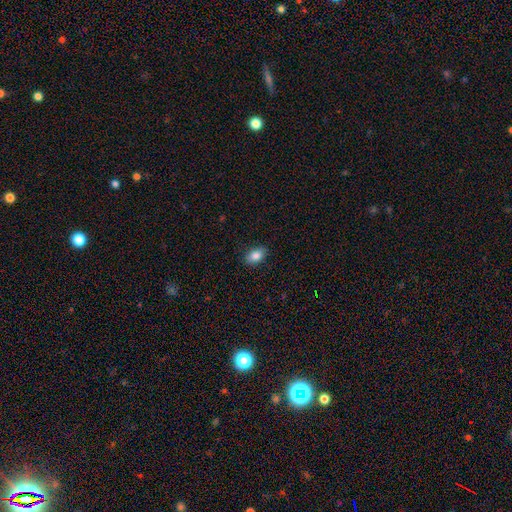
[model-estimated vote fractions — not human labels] The model was most divided on "merging": none: 86%, minor disturbance: 11%, major disturbance: 2%, merger: 1%. More confident: how rounded — in between (87%); smooth or featured — smooth (85%).